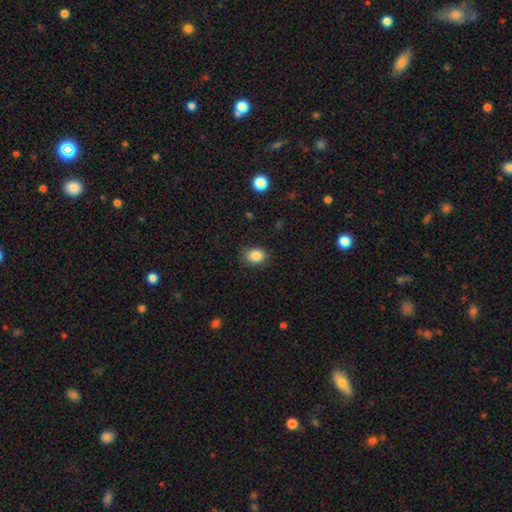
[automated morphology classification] This appears to be a smooth galaxy with no disk features (86%) that is in between round and cigar-shaped (56%). Merging: none (85%).